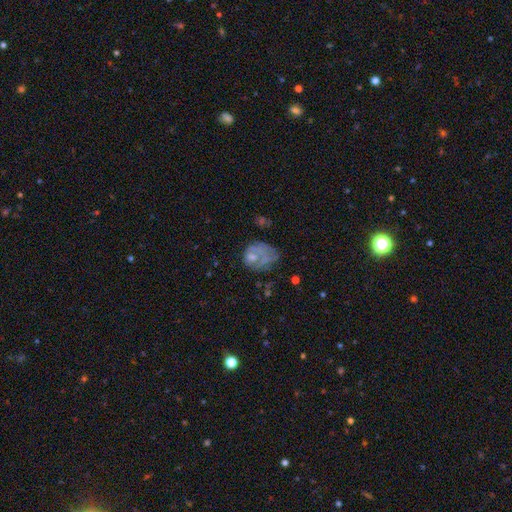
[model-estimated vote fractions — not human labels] Smooth or featured? smooth (46%)
Merging? major disturbance (36%)